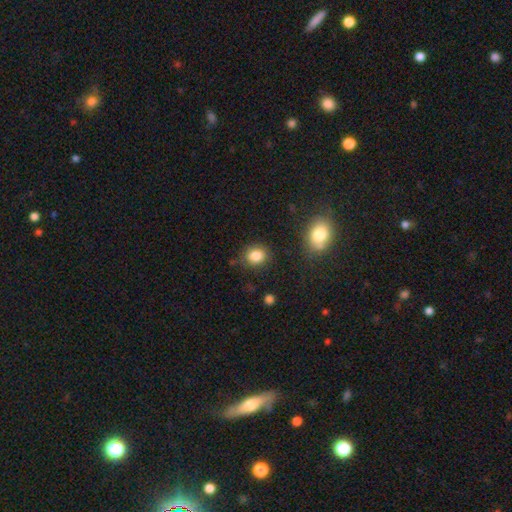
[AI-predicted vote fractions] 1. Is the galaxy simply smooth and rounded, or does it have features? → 85% smooth, 10% star or artifact, 5% featured or disk.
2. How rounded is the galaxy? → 68% round, 31% in between, 1% cigar-shaped.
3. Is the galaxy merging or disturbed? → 83% none, 11% minor disturbance, 3% major disturbance, 2% merger.